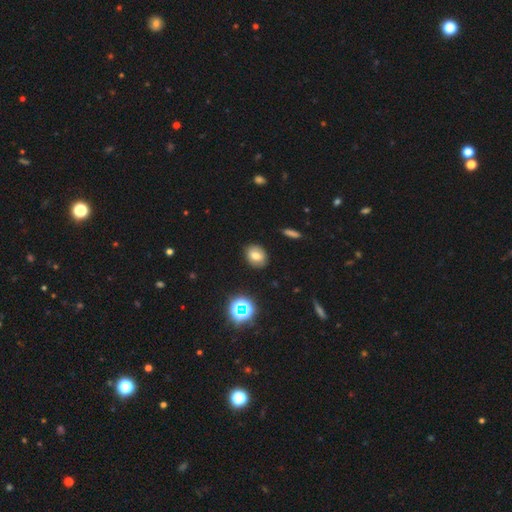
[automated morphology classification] smooth_or_featured: smooth (p=0.71) [alt: featured or disk p=0.15]
how_rounded: in between (p=0.51) [alt: round p=0.47]
merging: none (p=0.88) [alt: minor disturbance p=0.08]